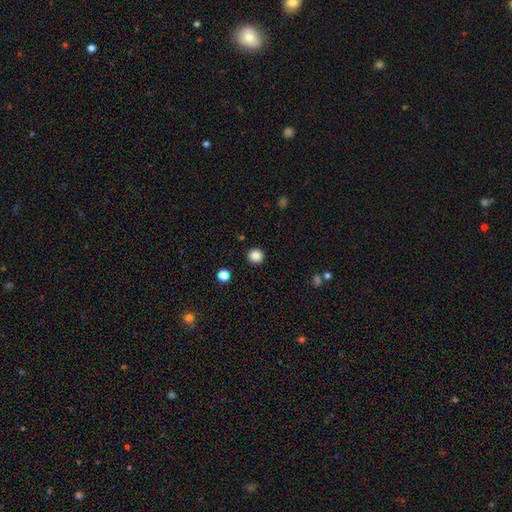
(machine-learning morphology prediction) Smooth or featured?
  - smooth: 87% *
  - star or artifact: 10%
  - featured or disk: 3%
How rounded?
  - round: 96% *
  - in between: 3%
  - cigar-shaped: 1%
Merging?
  - none: 93% *
  - minor disturbance: 4%
  - major disturbance: 2%
  - merger: 1%